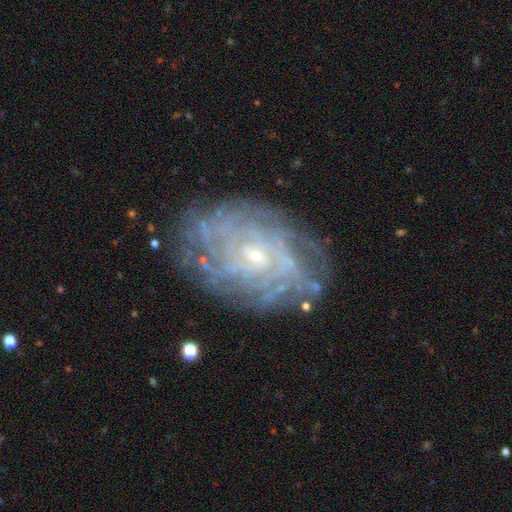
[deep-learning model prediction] A featured or disk galaxy (82%) with no bar (69%), tight (73%) spiral arms (89%) and a small central bulge (74%).

Vote fractions:
- Smooth or featured? featured or disk: 82% / smooth: 10% / star or artifact: 8%
- Edge-on disk? no: 96% / yes: 4%
- Bar? no: 69% / weak: 26% / strong: 5%
- Spiral arms? yes: 89% / no: 11%
- Spiral winding? tight: 73% / medium: 20% / loose: 7%
- Spiral arm count? can't tell: 48% / more than 4: 20% / 4: 12% / 3: 7% / 2: 7% / 1: 6%
- Bulge size? small: 74% / moderate: 22% / none: 2% / large: 1% / dominant: 1%
- Merging? none: 76% / minor disturbance: 16% / major disturbance: 6% / merger: 2%